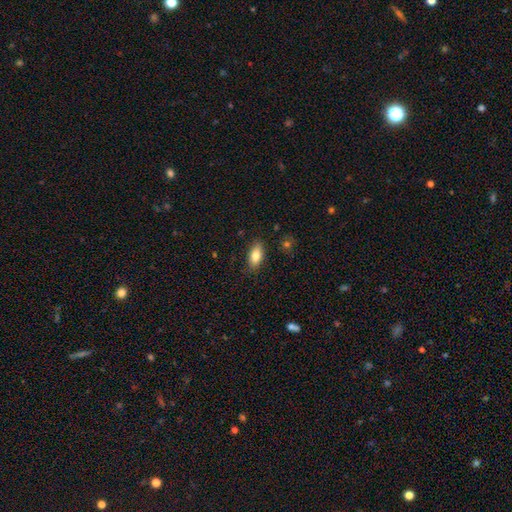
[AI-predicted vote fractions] smooth_or_featured: smooth (p=0.83) [alt: featured or disk p=0.10]
how_rounded: in between (p=0.87) [alt: cigar-shaped p=0.10]
merging: none (p=0.83) [alt: minor disturbance p=0.13]